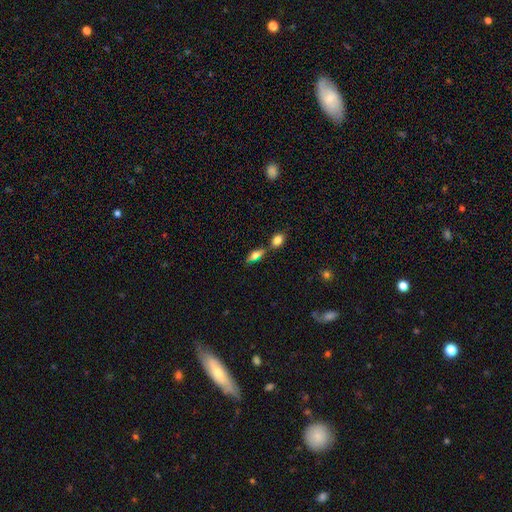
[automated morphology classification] A smooth galaxy with no disk features (61%) that is in between round and cigar-shaped (65%).

Vote fractions:
- Smooth or featured? smooth: 61% / featured or disk: 28% / star or artifact: 11%
- How rounded? in between: 65% / cigar-shaped: 31% / round: 5%
- Merging? none: 61% / merger: 23% / minor disturbance: 12% / major disturbance: 4%